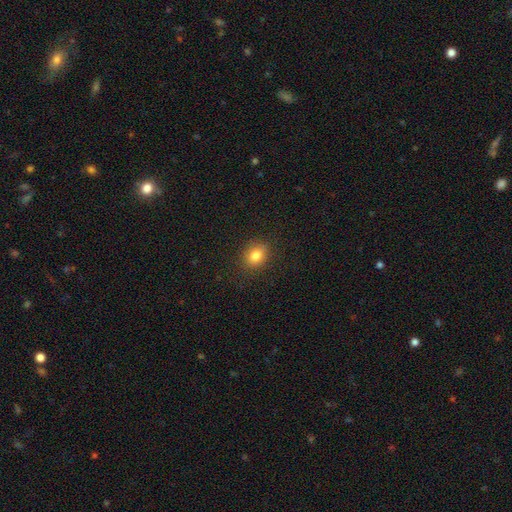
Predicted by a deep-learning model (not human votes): Smooth or featured: smooth — 81% (star or artifact — 11%)
How rounded: round — 59% (in between — 40%)
Merging: none — 87% (minor disturbance — 9%)